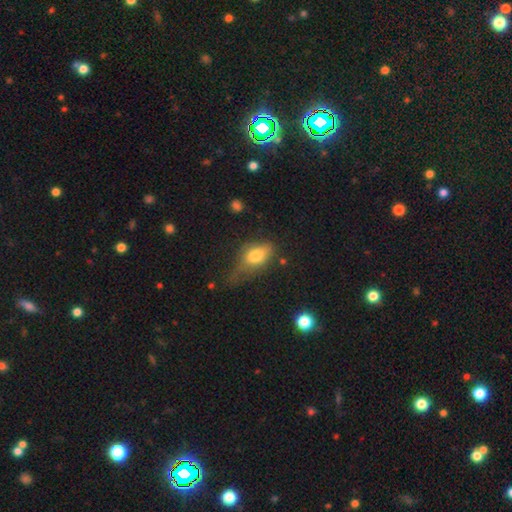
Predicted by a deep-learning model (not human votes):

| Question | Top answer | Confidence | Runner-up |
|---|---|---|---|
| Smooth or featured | smooth | 75% | featured or disk (17%) |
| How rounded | in between | 86% | round (10%) |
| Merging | minor disturbance | 34% | none (32%) |